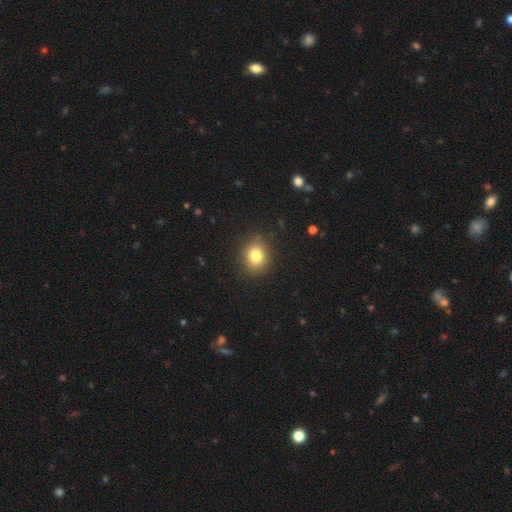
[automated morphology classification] A smooth galaxy with no disk features (81%) that is round (65%).

Vote fractions:
- Smooth or featured? smooth: 81% / star or artifact: 11% / featured or disk: 8%
- How rounded? round: 65% / in between: 34% / cigar-shaped: 1%
- Merging? none: 86% / minor disturbance: 10% / major disturbance: 3% / merger: 1%